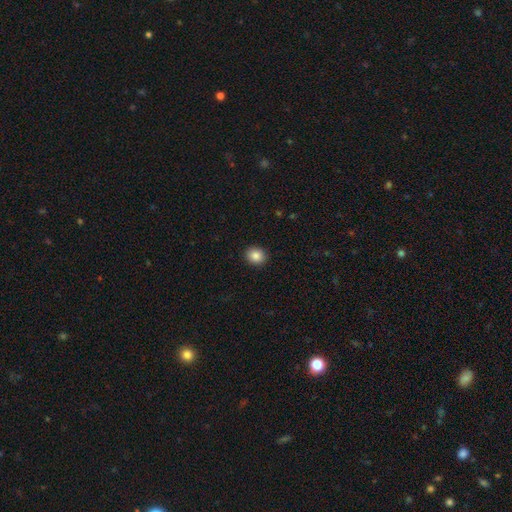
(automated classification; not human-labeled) smooth-or-featured: smooth: 85% | star or artifact: 9% | featured or disk: 5%
  how-rounded: round: 70% | in between: 29% | cigar-shaped: 1%
  merging: none: 91% | minor disturbance: 6% | major disturbance: 2% | merger: 1%